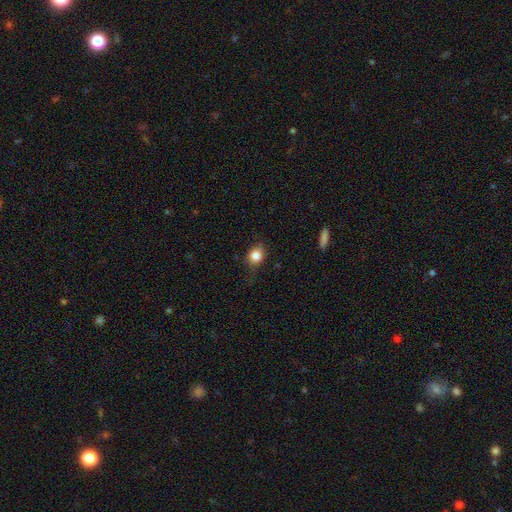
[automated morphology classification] This is clearly a smooth galaxy (82%). How rounded: possibly round (59%). Merging: likely none (73%).